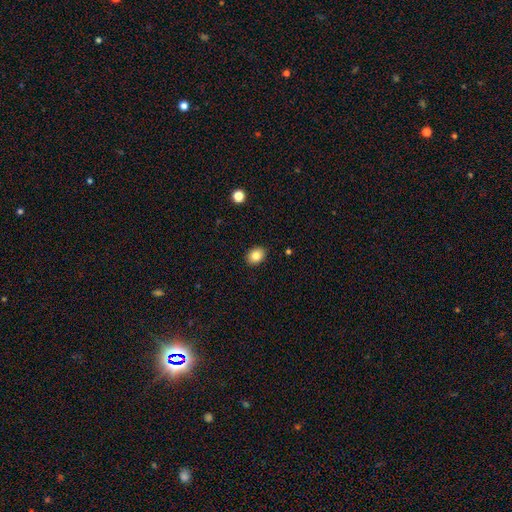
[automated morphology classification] Smooth or featured: smooth — 84% (star or artifact — 9%)
How rounded: in between — 58% (round — 41%)
Merging: none — 90% (minor disturbance — 7%)